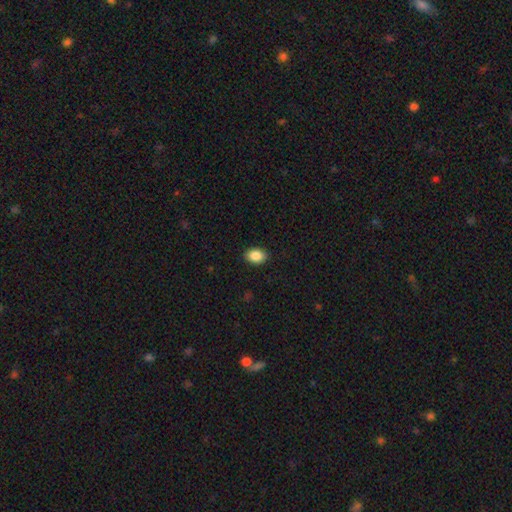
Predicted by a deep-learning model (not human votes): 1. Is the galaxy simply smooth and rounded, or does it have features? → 89% smooth, 8% star or artifact, 4% featured or disk.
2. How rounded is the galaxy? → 82% in between, 17% round, 1% cigar-shaped.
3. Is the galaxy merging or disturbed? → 90% none, 8% minor disturbance, 2% major disturbance, 1% merger.